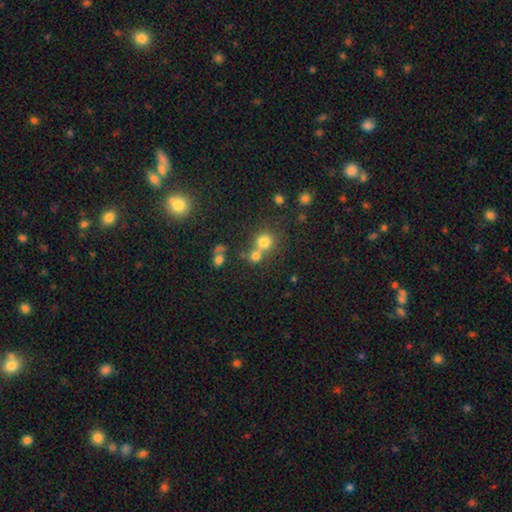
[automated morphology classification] Smooth or featured? smooth (72%)
How rounded? round (81%)
Merging? merger (46%)